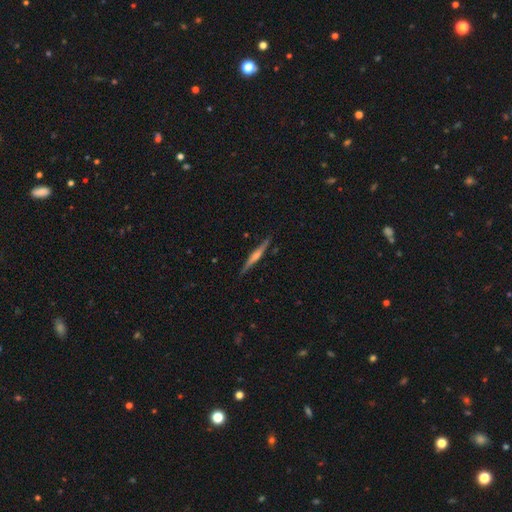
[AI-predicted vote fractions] Smooth or featured? Predicted: featured or disk (p=0.73). Edge-on disk? Predicted: yes (p=0.98). Edge-on bulge? Predicted: rounded (p=0.72). Merging? Predicted: none (p=0.90).